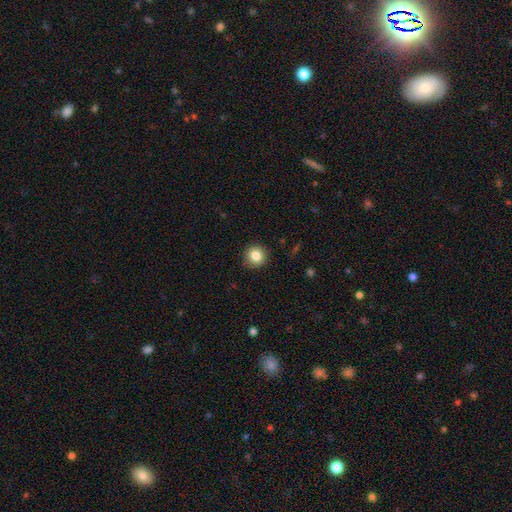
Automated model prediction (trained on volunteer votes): Morphology: type=smooth (83%); roundness=round (94%); merging=none (92%).